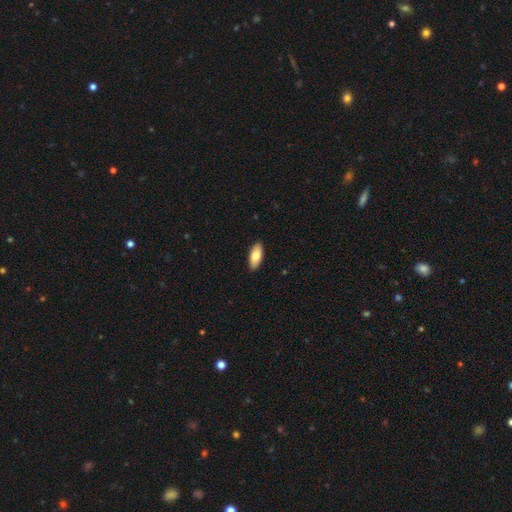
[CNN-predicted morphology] Overall: smooth (79%). How rounded: in between (84%). Merging: none (90%).